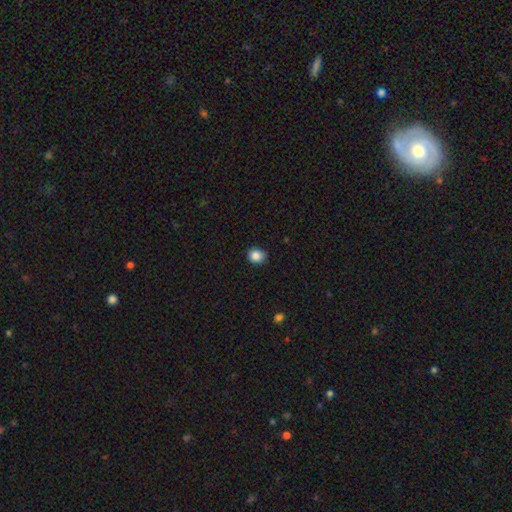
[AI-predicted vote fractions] smooth-or-featured: smooth: 86% | star or artifact: 10% | featured or disk: 4%
  how-rounded: round: 68% | in between: 31% | cigar-shaped: 1%
  merging: none: 84% | minor disturbance: 13% | major disturbance: 2% | merger: 1%